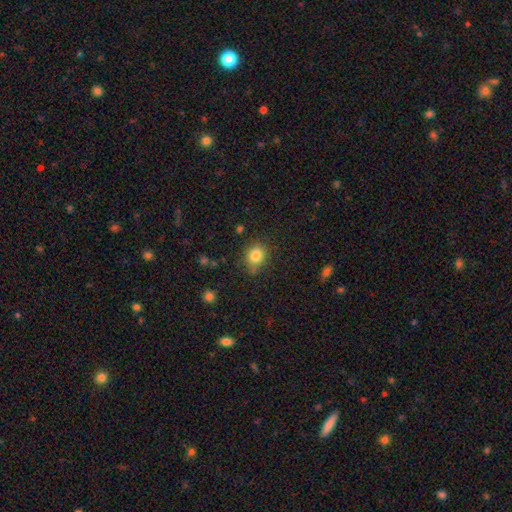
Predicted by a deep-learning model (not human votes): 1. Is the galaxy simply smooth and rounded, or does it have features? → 83% smooth, 11% star or artifact, 7% featured or disk.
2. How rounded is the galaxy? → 66% round, 33% in between, 1% cigar-shaped.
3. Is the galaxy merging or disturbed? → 74% none, 19% minor disturbance, 4% major disturbance, 3% merger.